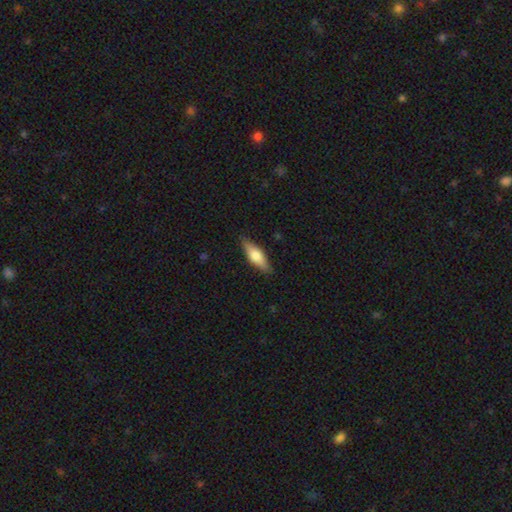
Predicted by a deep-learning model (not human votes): smooth_or_featured: smooth (p=0.55) [alt: featured or disk p=0.39]
how_rounded: in between (p=0.53) [alt: cigar-shaped p=0.44]
merging: none (p=0.86) [alt: minor disturbance p=0.10]